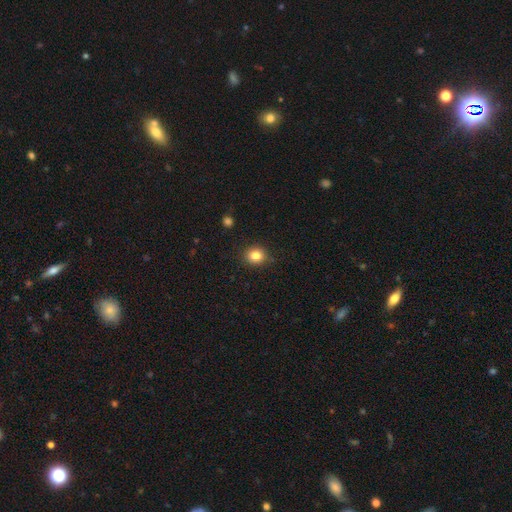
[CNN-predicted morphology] type=smooth (84%); roundness=round (77%); merging=none (87%).